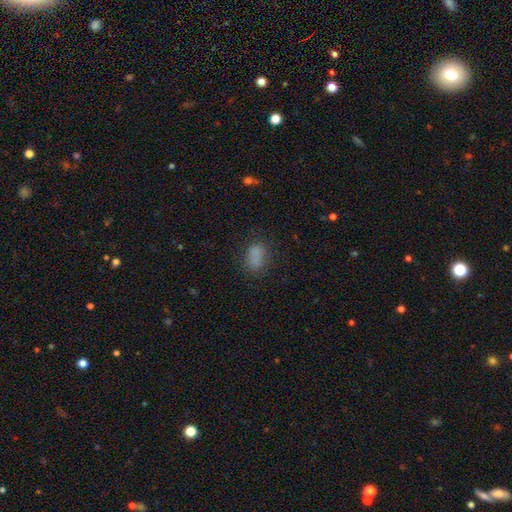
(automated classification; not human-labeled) The model was most divided on "merging": none: 70%, minor disturbance: 19%, major disturbance: 9%, merger: 3%. More confident: how rounded — in between (84%); smooth or featured — smooth (81%).